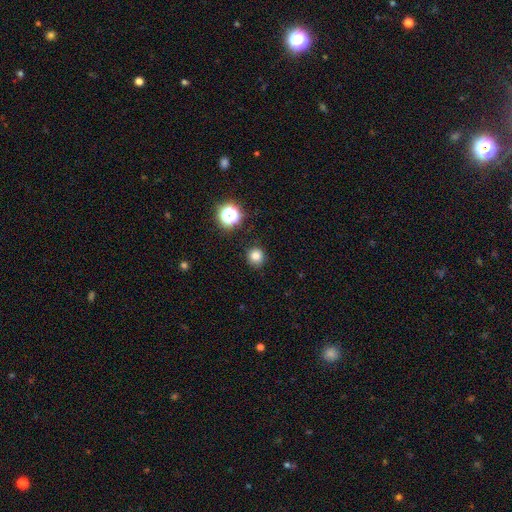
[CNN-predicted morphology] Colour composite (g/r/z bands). It shows a smooth galaxy with no disk features (80%) that is round (91%). Merging: none (89%).